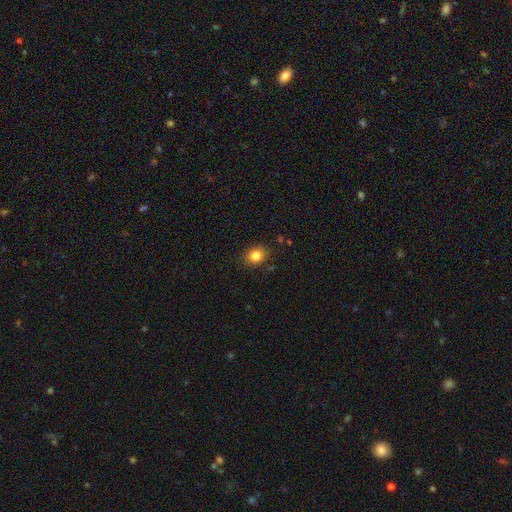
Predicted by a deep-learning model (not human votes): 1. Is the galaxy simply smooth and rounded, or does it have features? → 83% smooth, 11% star or artifact, 6% featured or disk.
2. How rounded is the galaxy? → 63% round, 36% in between, 1% cigar-shaped.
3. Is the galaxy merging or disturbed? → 86% none, 10% minor disturbance, 2% major disturbance, 1% merger.